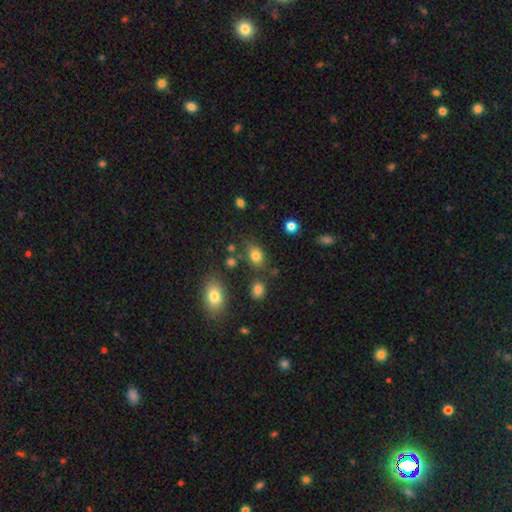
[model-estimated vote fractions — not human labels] This is clearly a smooth galaxy (81%). How rounded: likely in between (74%). Merging: likely none (74%).